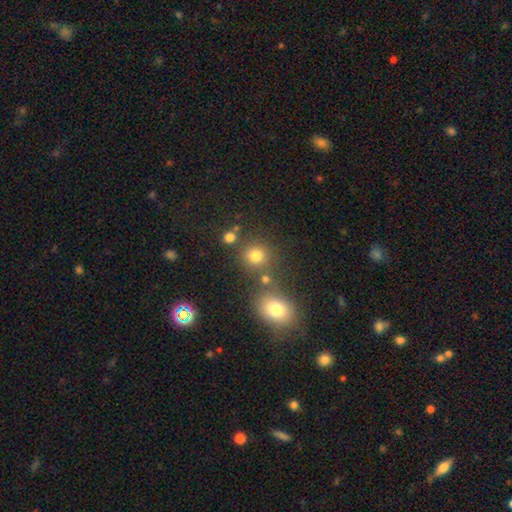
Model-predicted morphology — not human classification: type=smooth (77%); roundness=round (86%); merging=none (72%).